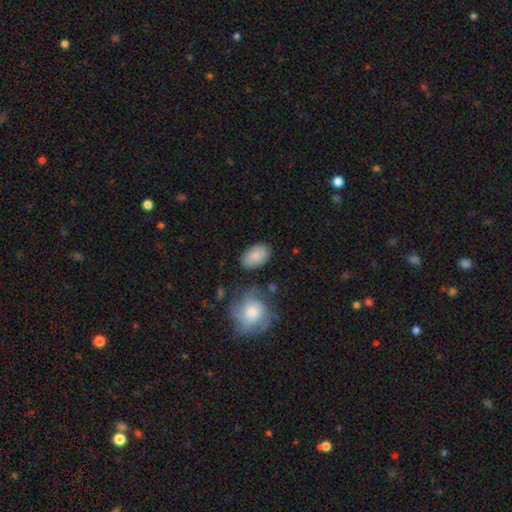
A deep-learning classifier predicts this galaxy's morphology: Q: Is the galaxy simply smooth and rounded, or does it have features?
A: smooth — 82%.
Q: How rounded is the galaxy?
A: in between — 91%.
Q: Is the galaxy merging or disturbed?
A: none — 76%.